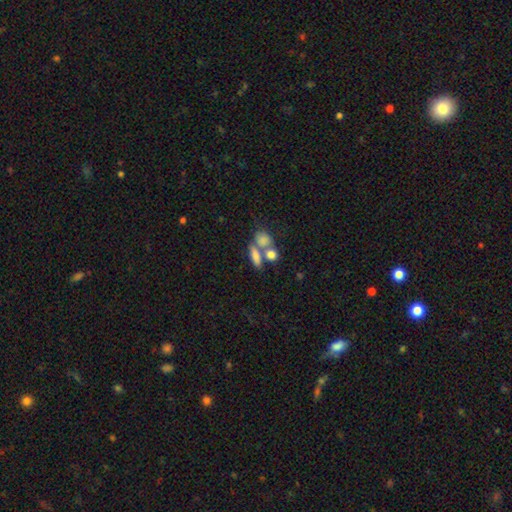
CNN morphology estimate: Smooth or featured: smooth — 73% (featured or disk — 17%)
How rounded: in between — 65% (round — 21%)
Merging: merger — 44% (none — 39%)